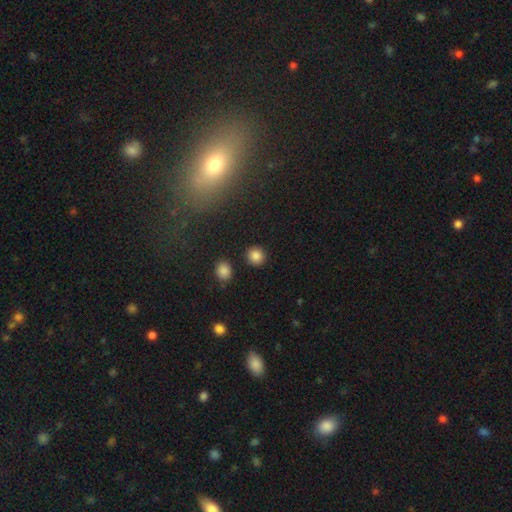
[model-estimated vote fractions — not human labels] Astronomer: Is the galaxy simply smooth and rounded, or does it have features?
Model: smooth — 85%.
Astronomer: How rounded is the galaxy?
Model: round — 91%.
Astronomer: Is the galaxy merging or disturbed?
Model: none — 89%.